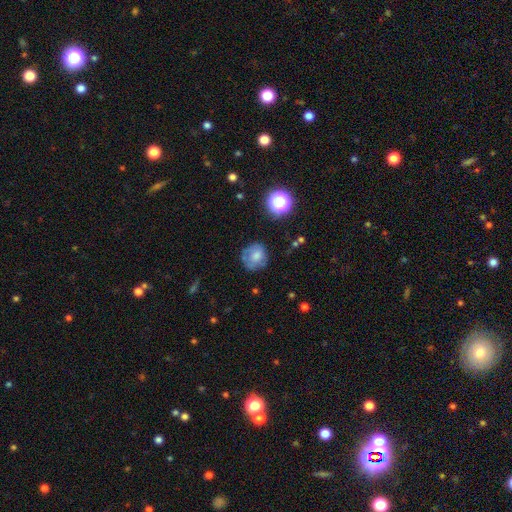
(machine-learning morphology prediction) Smooth or featured? smooth (66%)
How rounded? round (77%)
Merging? none (63%)